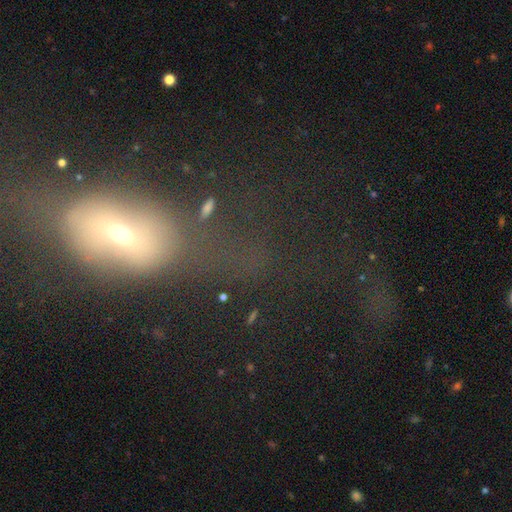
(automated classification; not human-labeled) This is marginally a smooth galaxy (42%). Merging: marginally none (39%).